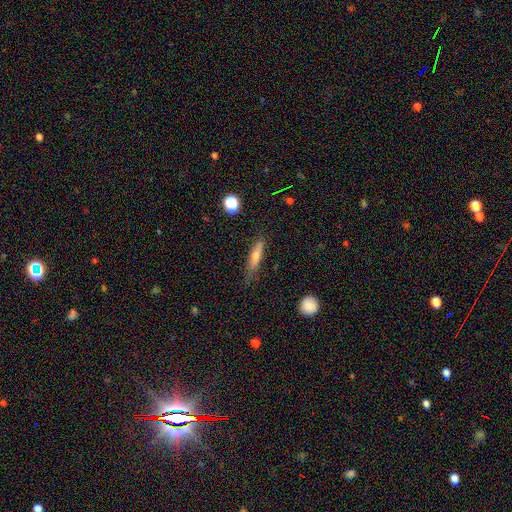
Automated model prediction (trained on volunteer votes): A smooth galaxy with no disk features (56%) that is cigar-shaped (80%).

Vote fractions:
- Smooth or featured? smooth: 56% / featured or disk: 35% / star or artifact: 9%
- How rounded? cigar-shaped: 80% / in between: 17% / round: 3%
- Merging? none: 73% / minor disturbance: 20% / major disturbance: 5% / merger: 2%